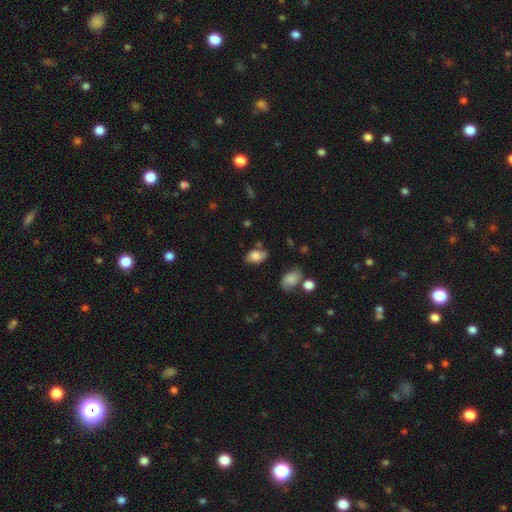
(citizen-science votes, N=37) A smooth galaxy with no disk features (70%) that is in between round and cigar-shaped (88%).

Vote fractions:
- Smooth or featured? smooth: 70% / featured or disk: 24% / star or artifact: 5%
- How rounded? in between: 88% / round: 12% / cigar-shaped: 0%
- Merging? none: 66% / minor disturbance: 20% / major disturbance: 9% / merger: 6%